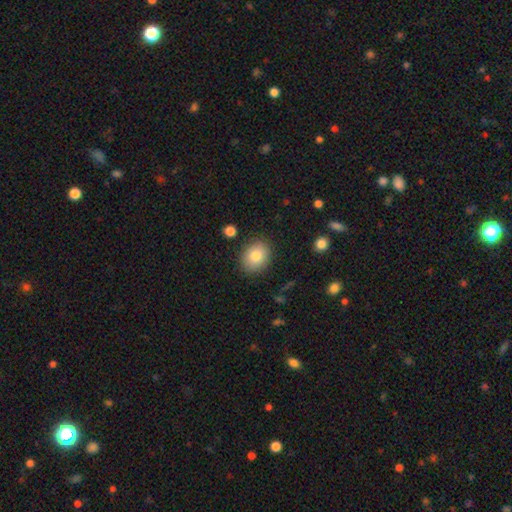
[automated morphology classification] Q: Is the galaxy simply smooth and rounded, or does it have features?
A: smooth — 81%.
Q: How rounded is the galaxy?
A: in between — 54%.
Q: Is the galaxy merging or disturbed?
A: none — 86%.